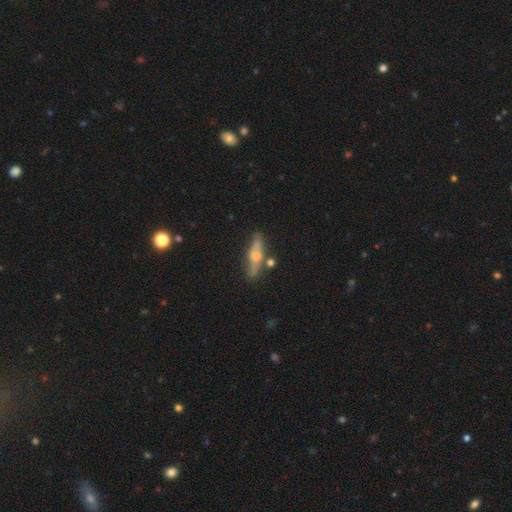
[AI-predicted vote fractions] smooth_or_featured: featured or disk (p=0.58) [alt: smooth p=0.35]
disk_edge_on: yes (p=0.81) [alt: no p=0.19]
merging: none (p=0.77) [alt: minor disturbance p=0.14]